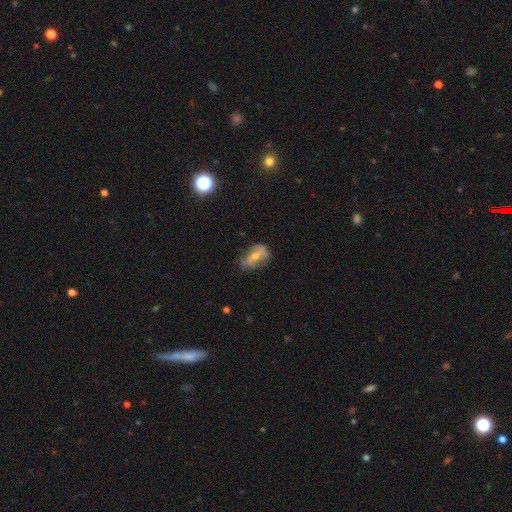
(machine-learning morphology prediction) Q: Smooth or featured?
A: featured or disk (51%); runner-up: smooth (41%)
Q: Edge-on disk?
A: no (93%); runner-up: yes (7%)
Q: Merging?
A: none (49%); runner-up: minor disturbance (32%)